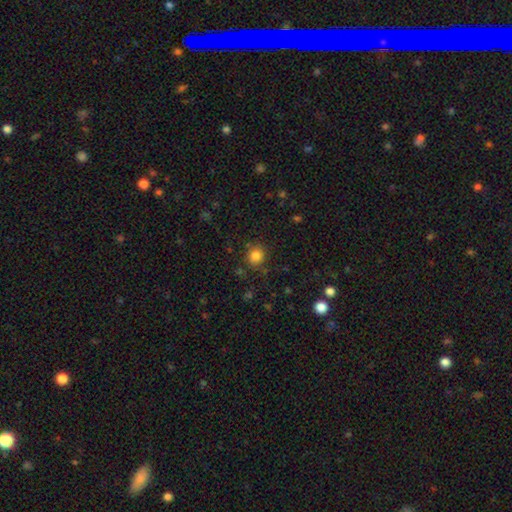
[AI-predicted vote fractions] Smooth or featured? Predicted: smooth (p=0.83). How rounded? Predicted: round (p=0.87). Merging? Predicted: none (p=0.83).